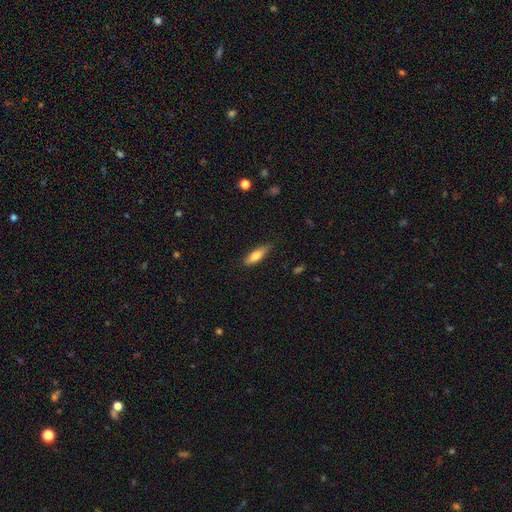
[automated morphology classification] Smooth or featured: smooth — 76% (featured or disk — 18%)
How rounded: in between — 54% (cigar-shaped — 43%)
Merging: none — 79% (minor disturbance — 17%)